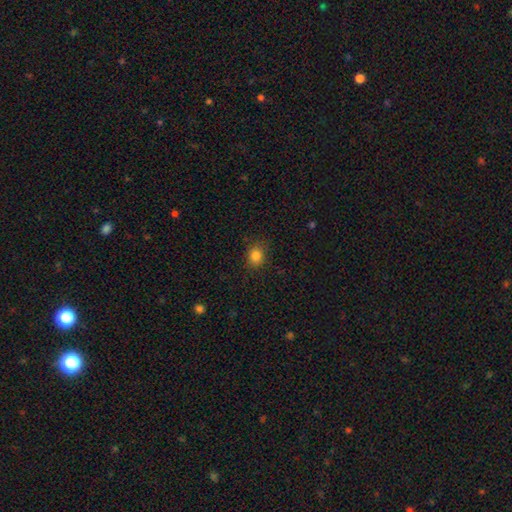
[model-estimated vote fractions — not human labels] Smooth or featured?
  - smooth: 84% *
  - star or artifact: 12%
  - featured or disk: 5%
How rounded?
  - round: 66% *
  - in between: 34%
  - cigar-shaped: 1%
Merging?
  - none: 84% *
  - minor disturbance: 11%
  - major disturbance: 3%
  - merger: 1%